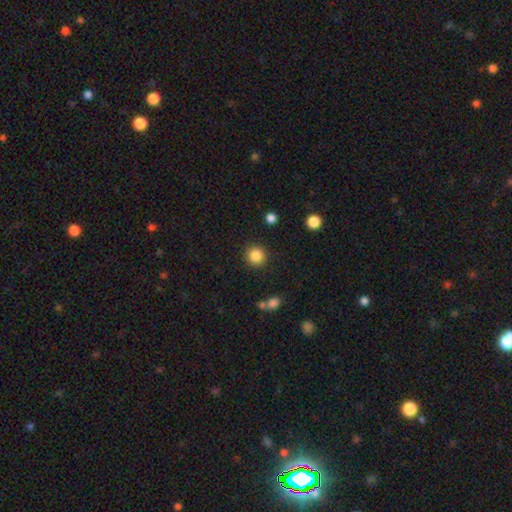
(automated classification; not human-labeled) A smooth galaxy with no disk features (85%) that is round (94%). Merging: none (90%).